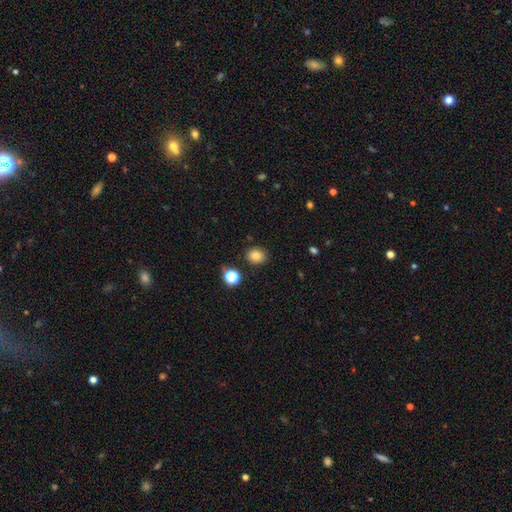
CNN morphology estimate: Smooth or featured?
  - smooth: 81% *
  - star or artifact: 12%
  - featured or disk: 7%
How rounded?
  - round: 68% *
  - in between: 31%
  - cigar-shaped: 1%
Merging?
  - none: 86% *
  - minor disturbance: 9%
  - merger: 3%
  - major disturbance: 2%